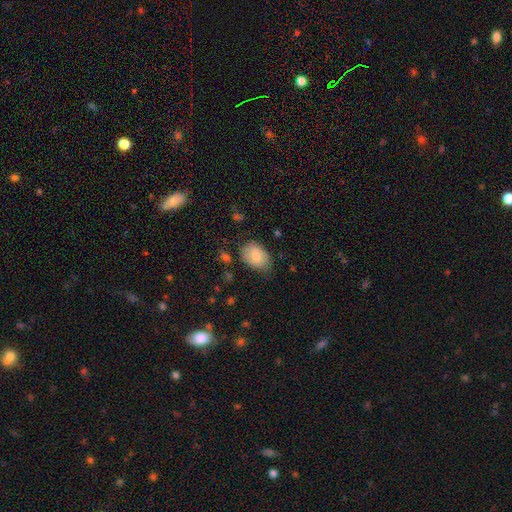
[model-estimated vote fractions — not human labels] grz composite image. It shows a smooth galaxy with no disk features (80%) that is in between round and cigar-shaped (81%). Merging: none (64%).